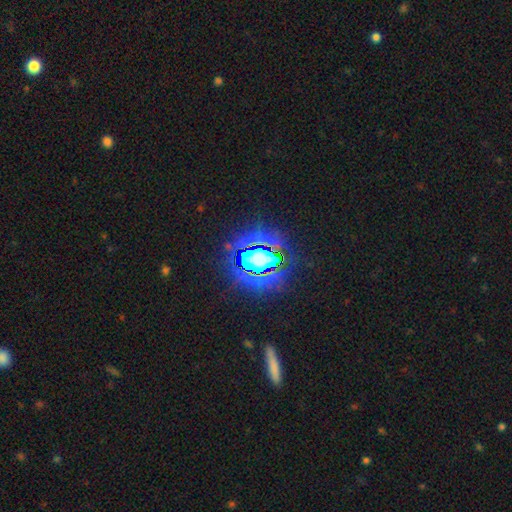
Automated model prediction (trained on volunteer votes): star or artifact 77%, smooth 14%, featured or disk 9%.